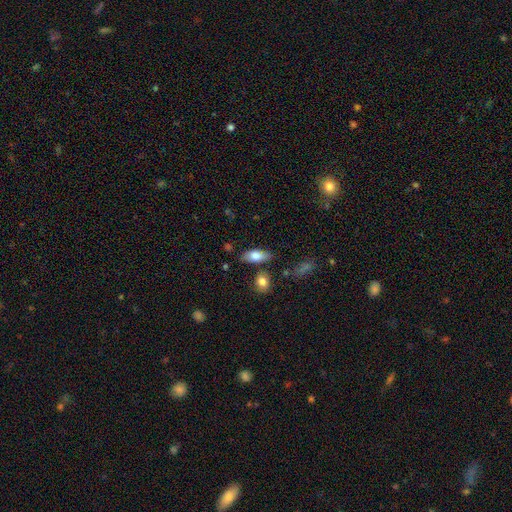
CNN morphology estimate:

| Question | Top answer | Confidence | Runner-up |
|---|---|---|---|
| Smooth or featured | smooth | 76% | featured or disk (17%) |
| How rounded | in between | 80% | cigar-shaped (15%) |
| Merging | none | 73% | minor disturbance (17%) |